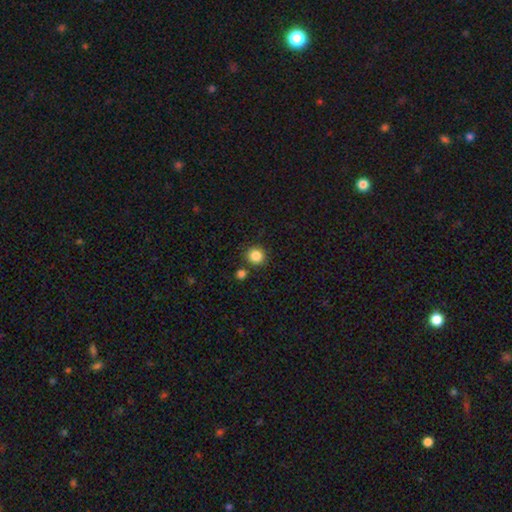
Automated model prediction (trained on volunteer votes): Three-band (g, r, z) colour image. It shows a smooth galaxy with no disk features (85%) that is round (92%). Merging: none (83%).